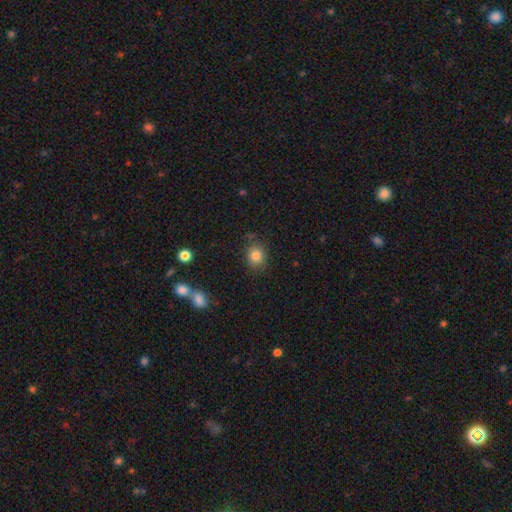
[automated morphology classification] This appears to be a smooth galaxy with no disk features (83%) that is round (65%). Merging: none (79%).